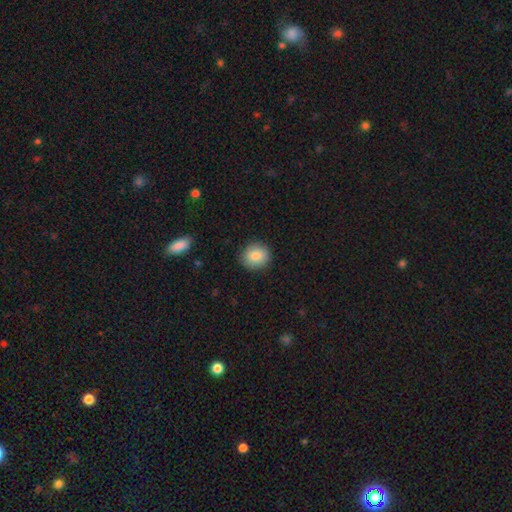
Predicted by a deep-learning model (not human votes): Smooth or featured: smooth — 84% (star or artifact — 8%)
How rounded: round — 84% (in between — 15%)
Merging: none — 89% (minor disturbance — 8%)